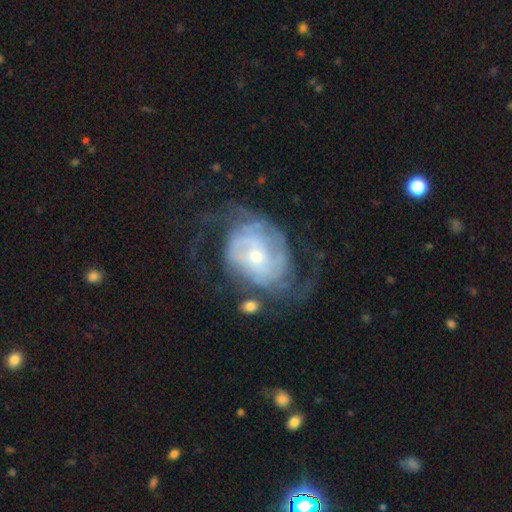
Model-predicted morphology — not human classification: The model was most divided on "spiral arm count": 2: 37%, can't tell: 33%, 3: 13%, 4: 6%, 1: 6%, more than 4: 5%. Remaining: edge-on disk — no (97%); spiral arms — yes (90%); smooth or featured — featured or disk (83%); bar — no (64%); bulge size — small (61%); merging — none (52%); spiral winding — tight (47%).